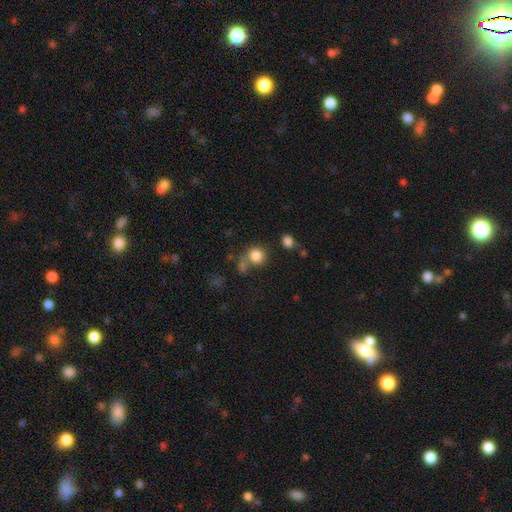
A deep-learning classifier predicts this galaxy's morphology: Smooth or featured?
  - smooth: 82% *
  - star or artifact: 11%
  - featured or disk: 6%
How rounded?
  - round: 84% *
  - in between: 15%
  - cigar-shaped: 1%
Merging?
  - none: 57% *
  - merger: 22%
  - minor disturbance: 13%
  - major disturbance: 8%